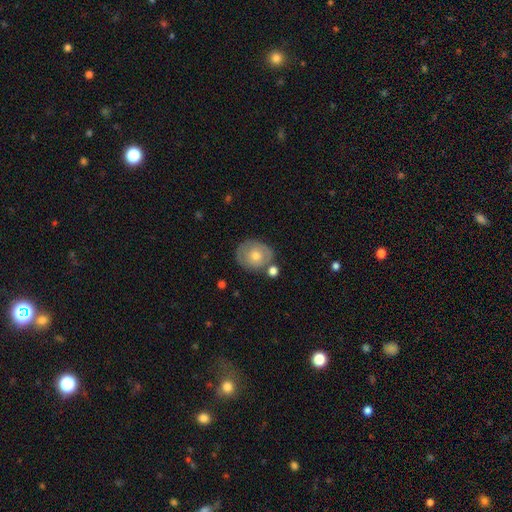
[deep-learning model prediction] A smooth galaxy with no disk features (52%) that is round (72%).

Vote fractions:
- Smooth or featured? smooth: 52% / featured or disk: 40% / star or artifact: 8%
- How rounded? round: 72% / in between: 27% / cigar-shaped: 1%
- Merging? none: 70% / minor disturbance: 16% / merger: 9% / major disturbance: 5%